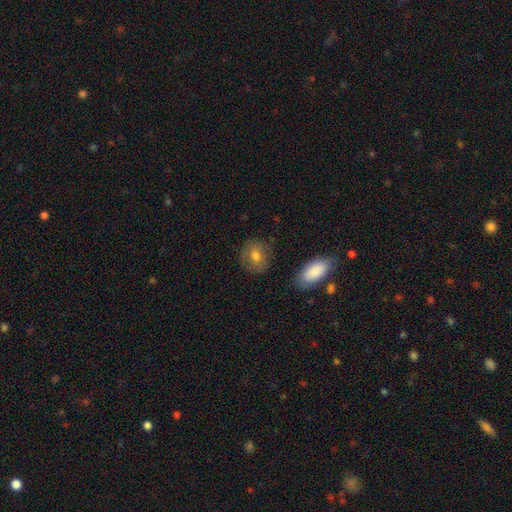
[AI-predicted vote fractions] Smooth or featured? Predicted: smooth (p=0.72). How rounded? Predicted: round (p=0.72). Merging? Predicted: none (p=0.80).